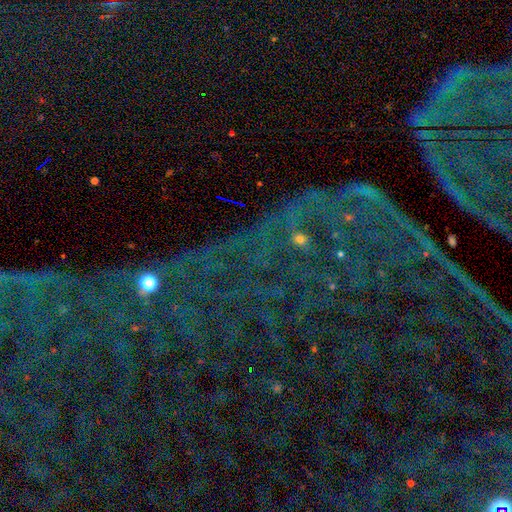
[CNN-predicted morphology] This is clearly a star or artifact rather than a galaxy (84%).